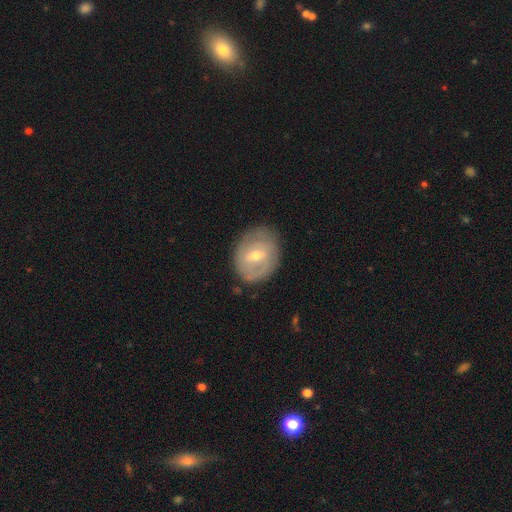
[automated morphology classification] featured or disk 60%, smooth 33%, star or artifact 7%. Down the decision tree: edge-on disk — no (95%); bar — weak (53%); spiral arms — yes (54%); bulge size — moderate (55%); merging — none (75%).